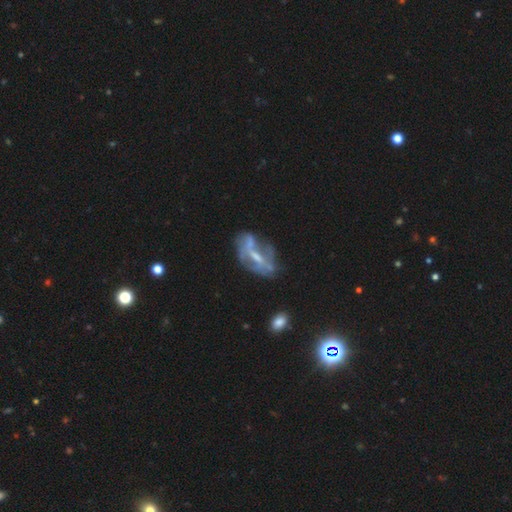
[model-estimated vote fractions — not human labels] This is likely a featured or disk galaxy (69%). It is clearly not viewed edge-on (91%). Bar: marginally no (39%). Spiral arm pattern: possibly no (59%). Central bulge: marginally small (40%). Merging: marginally none (40%).